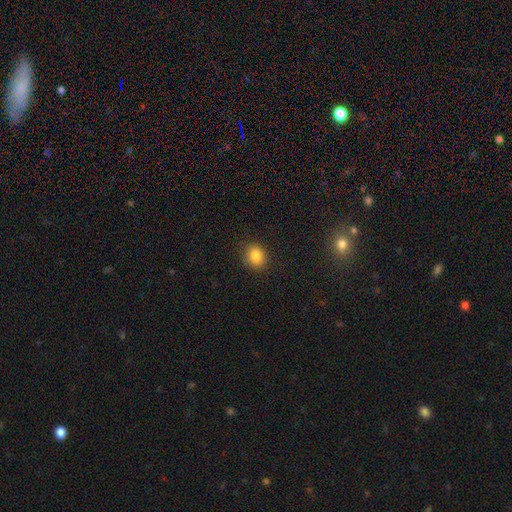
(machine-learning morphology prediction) type=smooth (84%); roundness=round (65%); merging=none (85%).